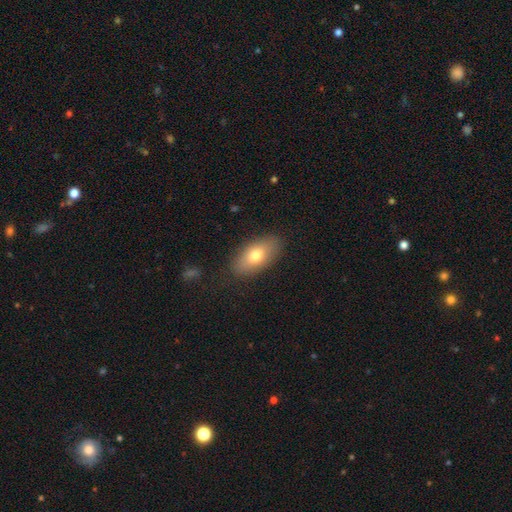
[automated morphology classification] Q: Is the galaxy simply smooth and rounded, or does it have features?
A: smooth — 73%.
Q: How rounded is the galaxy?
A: in between — 89%.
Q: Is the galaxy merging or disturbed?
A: none — 84%.